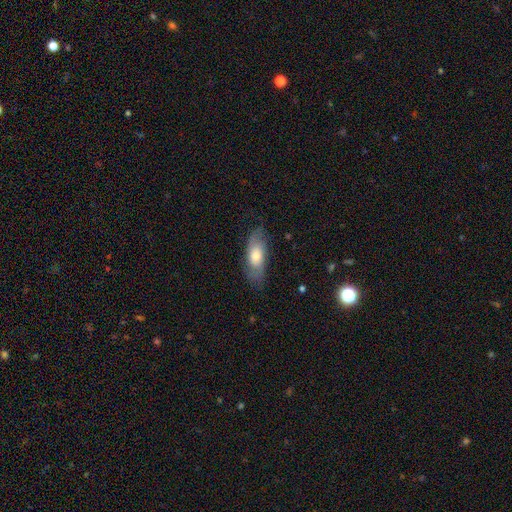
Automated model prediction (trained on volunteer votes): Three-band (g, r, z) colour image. It shows a smooth galaxy with no disk features (60%) that is in between round and cigar-shaped (73%). Merging: none (73%).